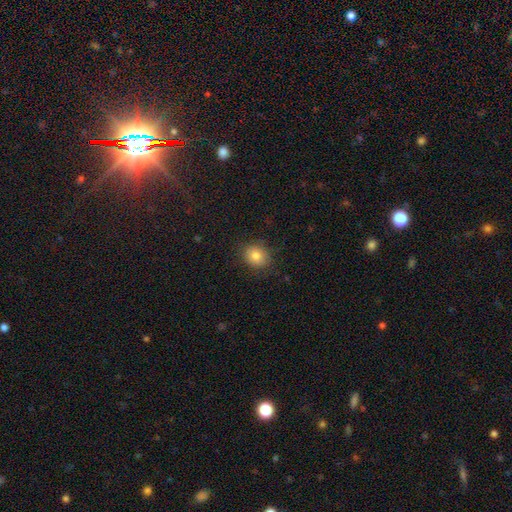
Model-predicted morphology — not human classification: type=smooth (81%); roundness=round (71%); merging=none (85%).